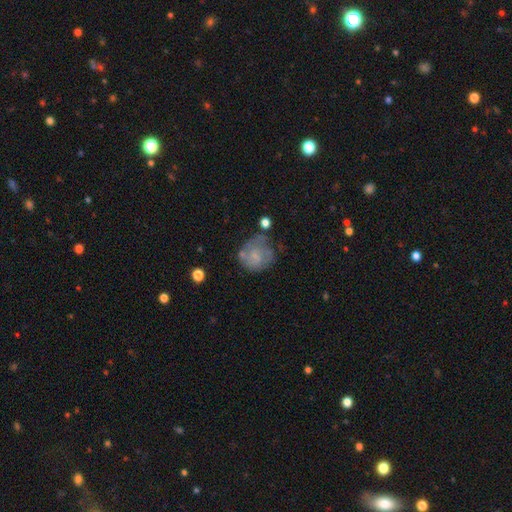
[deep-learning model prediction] Smooth or featured: featured or disk — 47% (smooth — 44%)
Merging: none — 47% (minor disturbance — 26%)